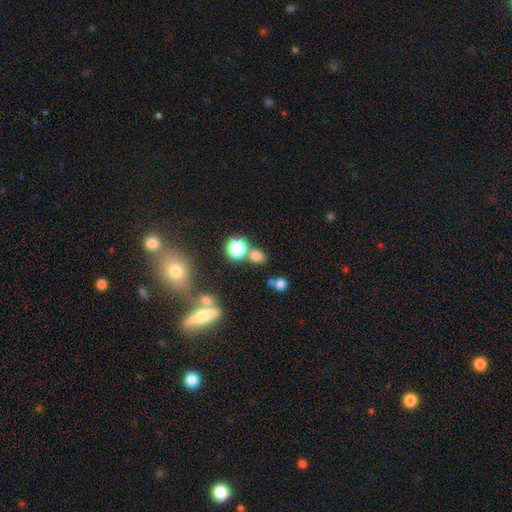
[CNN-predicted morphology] This is likely a smooth galaxy (72%). How rounded: likely round (66%). Merging: likely none (60%).